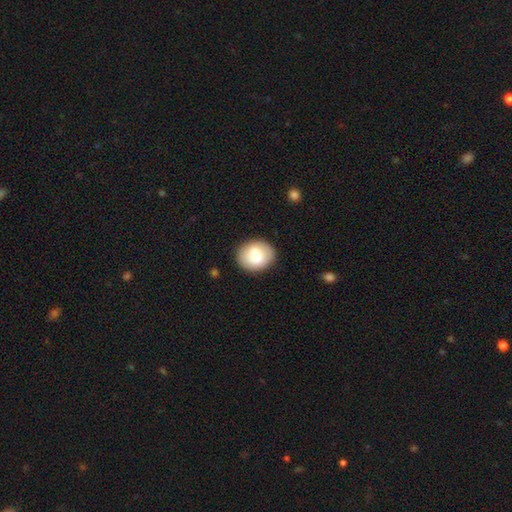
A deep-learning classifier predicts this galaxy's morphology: This is likely a smooth galaxy (79%). How rounded: possibly round (57%). Merging: clearly none (83%).